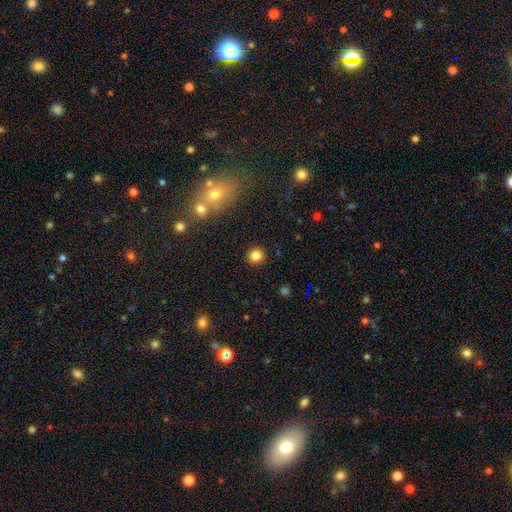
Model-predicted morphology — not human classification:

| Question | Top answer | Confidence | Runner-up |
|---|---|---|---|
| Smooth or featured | smooth | 83% | star or artifact (12%) |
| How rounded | round | 92% | in between (7%) |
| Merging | none | 91% | minor disturbance (5%) |